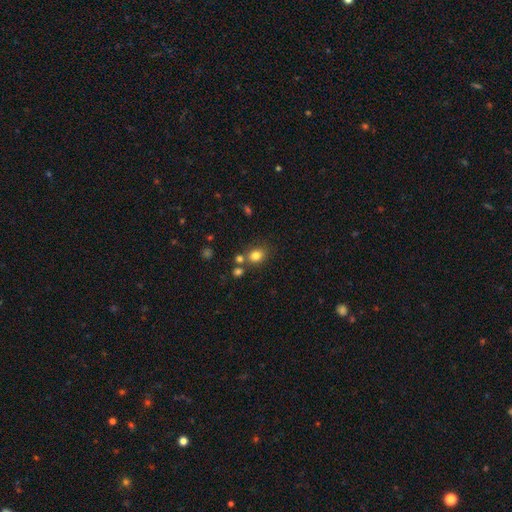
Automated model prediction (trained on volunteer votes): This appears to be a smooth galaxy with no disk features (80%) that is round (55%). Merging: none (67%).